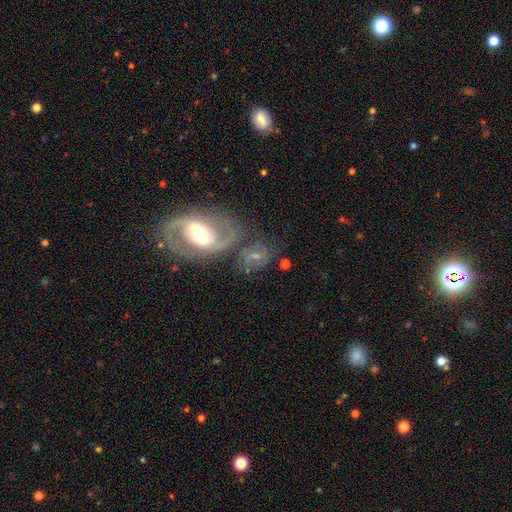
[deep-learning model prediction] featured or disk 54%, smooth 34%, star or artifact 11%. Down the decision tree: edge-on disk — no (95%); bar — weak (50%); spiral arms — yes (76%); bulge size — moderate (56%); merging — none (42%).